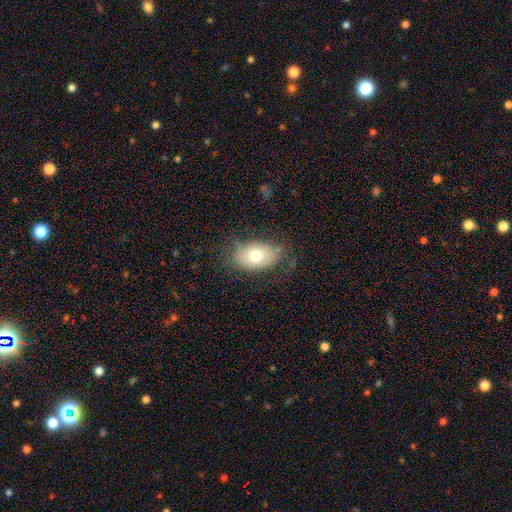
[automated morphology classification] Overall: smooth (70%). How rounded: in between (87%). Merging: none (70%).